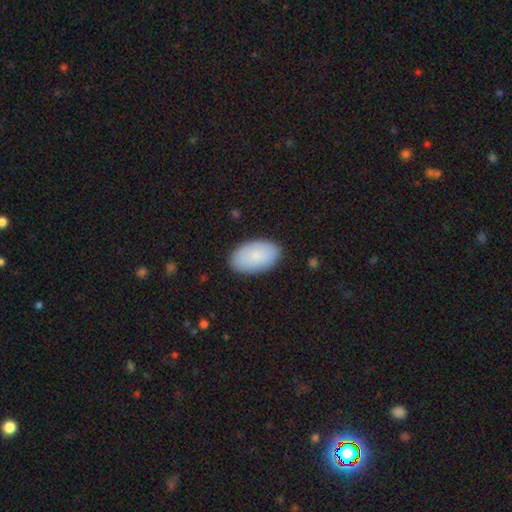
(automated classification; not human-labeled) Smooth or featured: smooth — 83% (featured or disk — 11%)
How rounded: in between — 94% (round — 4%)
Merging: none — 87% (minor disturbance — 9%)